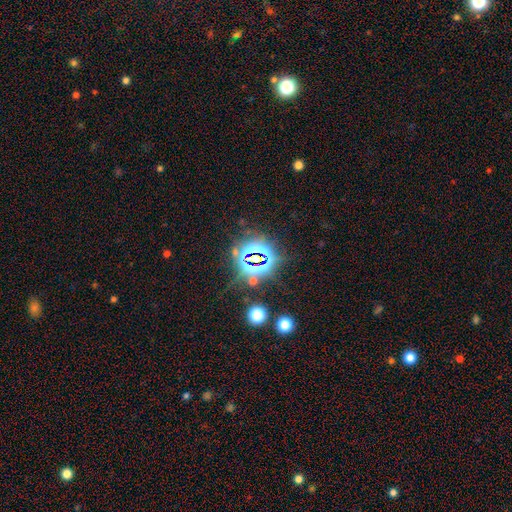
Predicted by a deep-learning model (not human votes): star or artifact 80%, smooth 12%, featured or disk 8%.